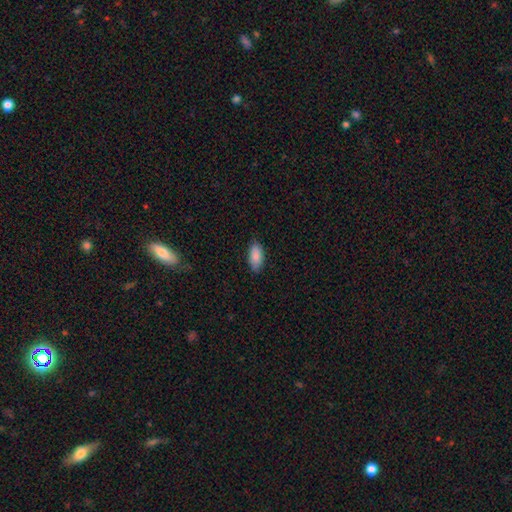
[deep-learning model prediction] The model was most divided on "merging": none: 83%, minor disturbance: 13%, major disturbance: 2%, merger: 1%. More confident: how rounded — in between (91%); smooth or featured — smooth (88%).